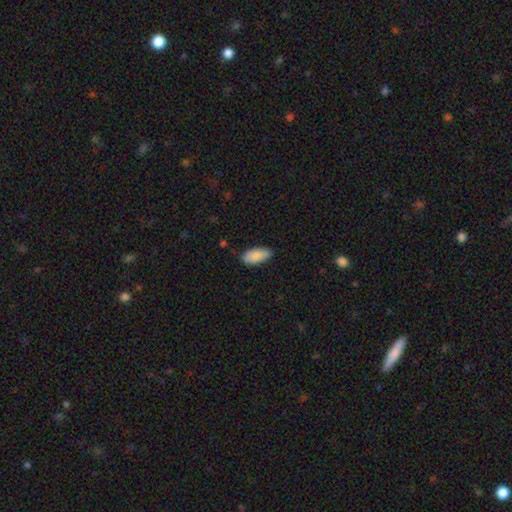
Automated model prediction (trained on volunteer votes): Overall: smooth (88%). How rounded: in between (90%). Merging: none (83%).